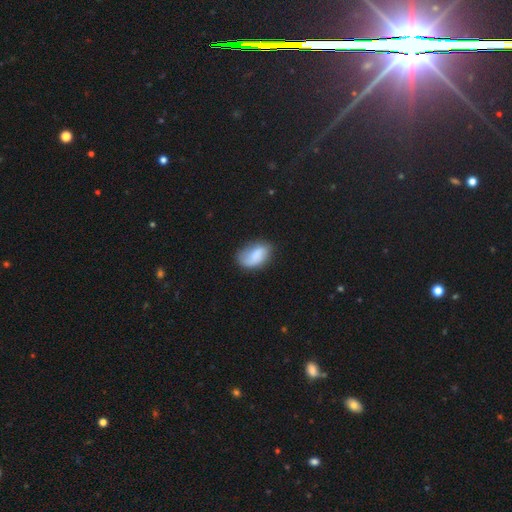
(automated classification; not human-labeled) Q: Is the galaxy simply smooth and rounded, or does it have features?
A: smooth — 72%.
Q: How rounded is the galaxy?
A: in between — 90%.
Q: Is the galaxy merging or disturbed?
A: none — 56%.